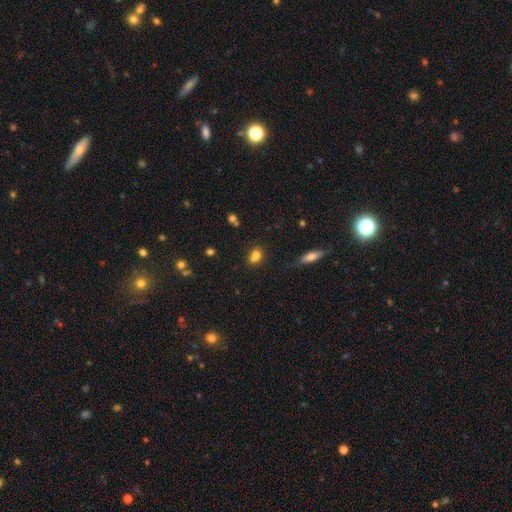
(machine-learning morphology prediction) type=smooth (78%); roundness=in between (61%); merging=none (56%).